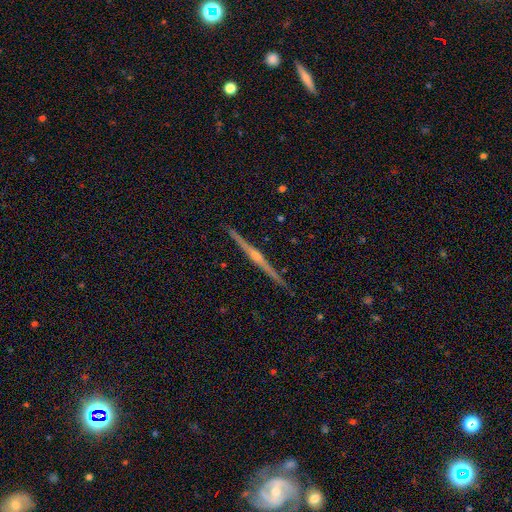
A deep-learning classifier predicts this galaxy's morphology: This appears to be a featured or disk galaxy (85%) viewed edge-on (99%) with a rounded central bulge (85%). Merging: none (92%).